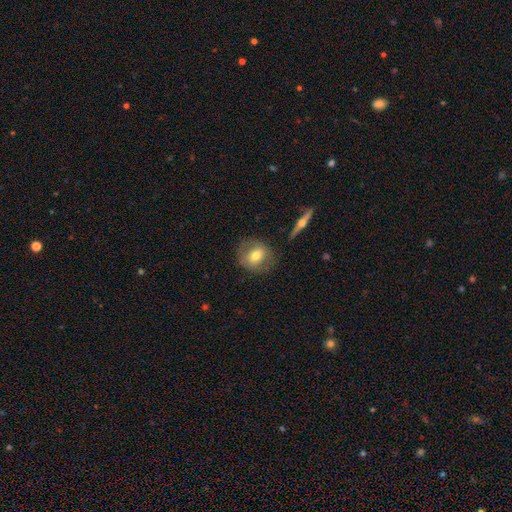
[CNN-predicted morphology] Smooth or featured?
  - smooth: 61% *
  - featured or disk: 31%
  - star or artifact: 8%
How rounded?
  - round: 70% *
  - in between: 29%
  - cigar-shaped: 2%
Merging?
  - none: 77% *
  - minor disturbance: 15%
  - major disturbance: 5%
  - merger: 3%